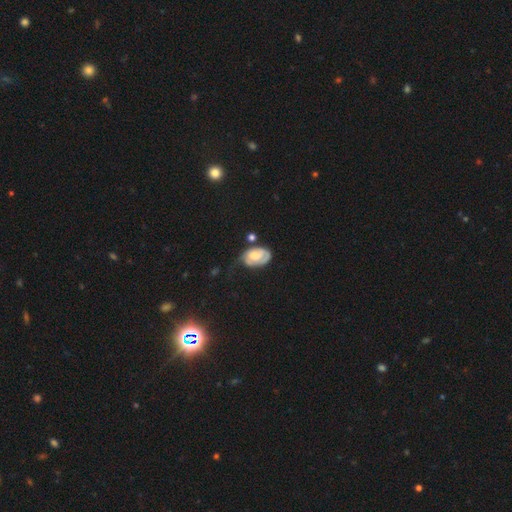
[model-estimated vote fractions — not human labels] smooth_or_featured: featured or disk (p=0.52) [alt: smooth p=0.41]
disk_edge_on: no (p=0.95) [alt: yes p=0.05]
merging: none (p=0.35) [tied with: minor disturbance p=0.35]